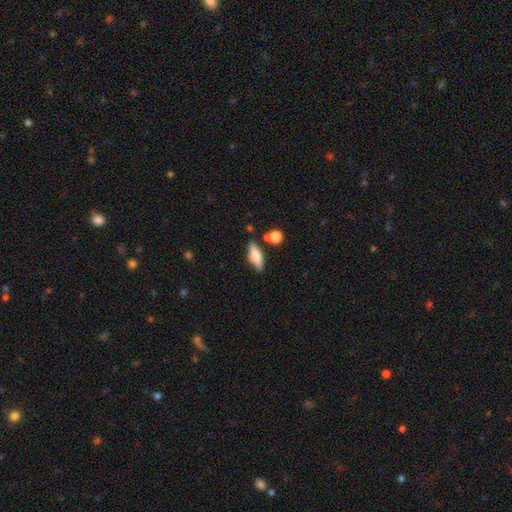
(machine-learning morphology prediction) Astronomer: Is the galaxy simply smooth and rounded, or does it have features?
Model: smooth — 72%.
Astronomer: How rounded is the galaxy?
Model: in between — 63%.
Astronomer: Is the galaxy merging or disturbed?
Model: none — 74%.